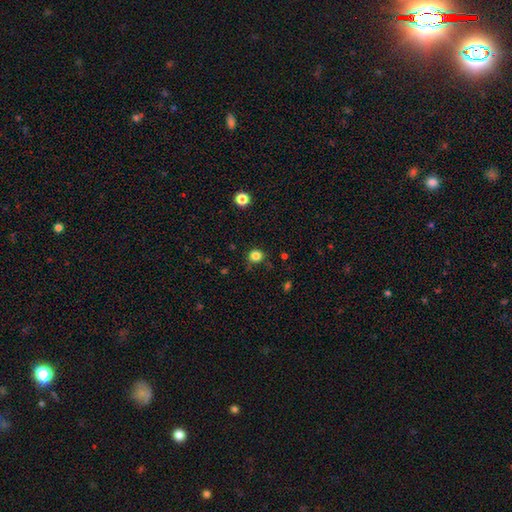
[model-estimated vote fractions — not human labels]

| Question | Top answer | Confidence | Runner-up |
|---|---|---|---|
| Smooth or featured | smooth | 83% | star or artifact (13%) |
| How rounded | round | 88% | in between (11%) |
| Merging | none | 80% | minor disturbance (14%) |